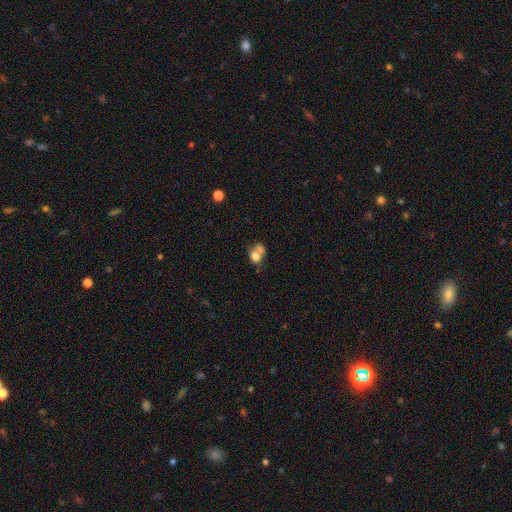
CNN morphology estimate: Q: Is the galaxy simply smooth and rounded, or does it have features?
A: smooth — 72%.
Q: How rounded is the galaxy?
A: in between — 50%.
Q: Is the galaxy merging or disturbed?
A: merger — 56%.